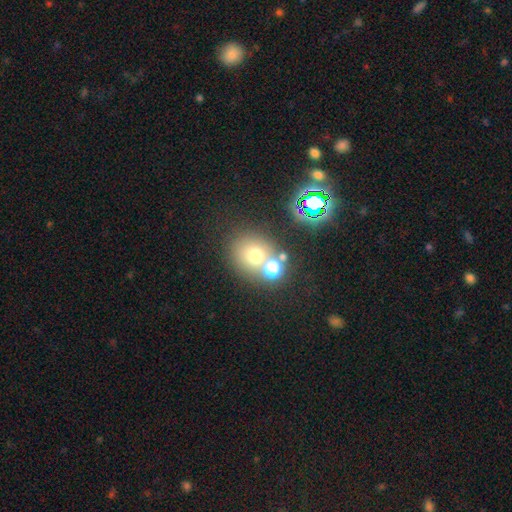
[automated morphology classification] This is likely a smooth galaxy (64%). How rounded: clearly round (83%). Merging: likely none (60%).